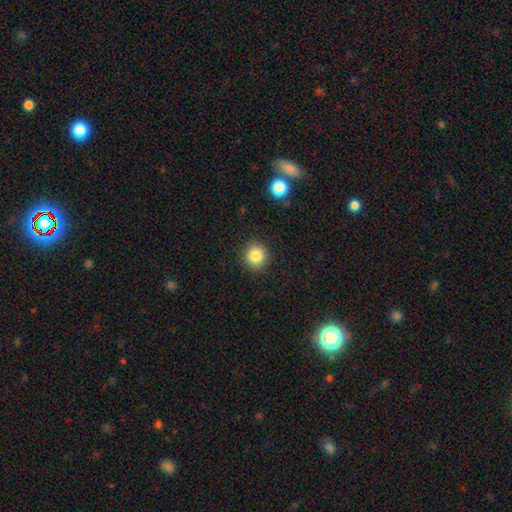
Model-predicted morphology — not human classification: The model was most divided on "smooth or featured": smooth: 83%, star or artifact: 10%, featured or disk: 6%. More confident: how rounded — round (93%); merging — none (91%).